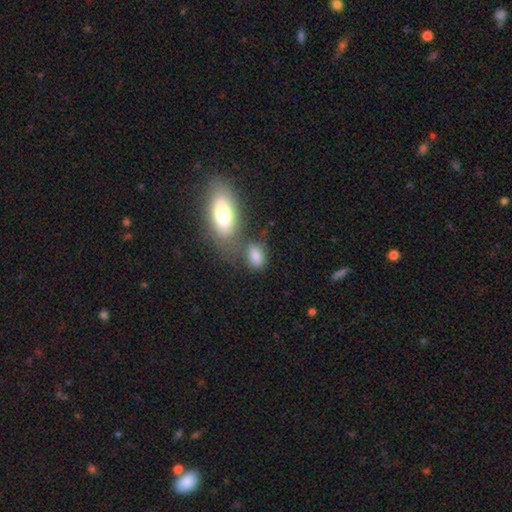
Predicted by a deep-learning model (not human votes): Q: Smooth or featured?
A: smooth (83%); runner-up: star or artifact (9%)
Q: How rounded?
A: in between (85%); runner-up: round (12%)
Q: Merging?
A: none (50%); runner-up: merger (27%)